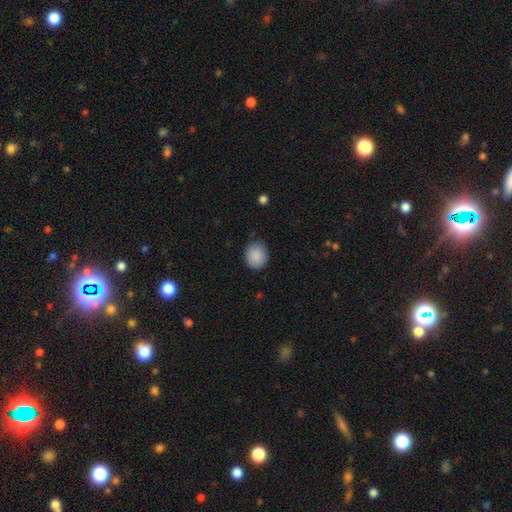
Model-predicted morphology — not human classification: Smooth or featured? smooth (89%)
How rounded? round (68%)
Merging? none (83%)